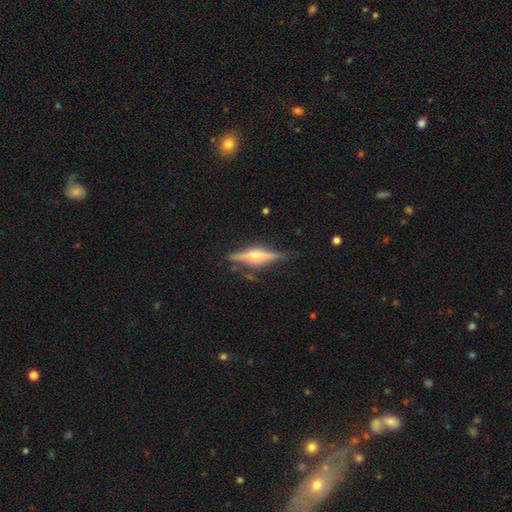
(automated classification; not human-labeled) A featured or disk galaxy (80%) viewed edge-on (97%) with a rounded central bulge (90%).

Vote fractions:
- Smooth or featured? featured or disk: 80% / smooth: 14% / star or artifact: 6%
- Edge-on disk? yes: 97% / no: 3%
- Edge-on bulge? rounded: 90% / boxy: 7% / none: 3%
- Merging? none: 81% / minor disturbance: 13% / major disturbance: 3% / merger: 2%